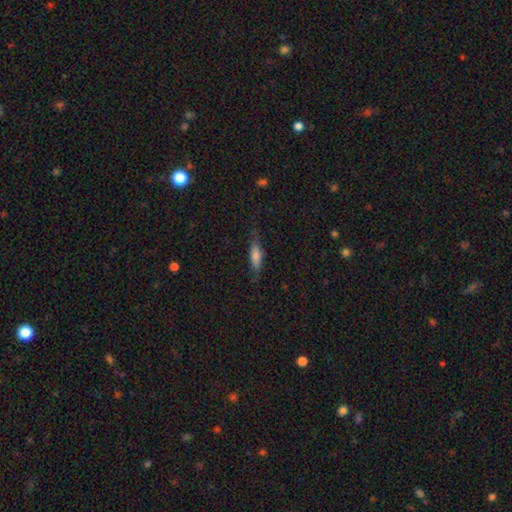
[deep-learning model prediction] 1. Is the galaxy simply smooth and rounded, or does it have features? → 69% smooth, 24% featured or disk, 8% star or artifact.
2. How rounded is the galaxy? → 65% cigar-shaped, 33% in between, 2% round.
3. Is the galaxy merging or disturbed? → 75% none, 19% minor disturbance, 5% major disturbance, 1% merger.